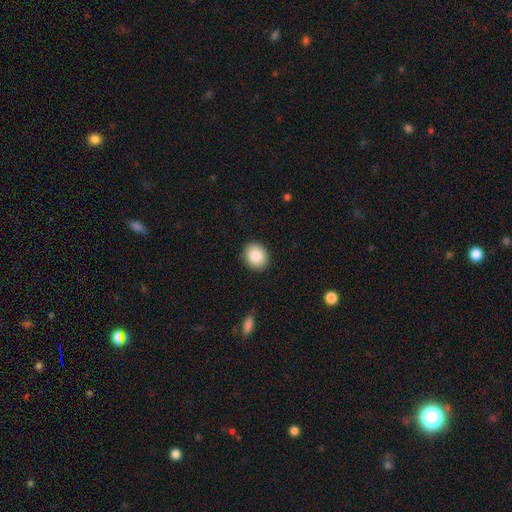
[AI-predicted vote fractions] Smooth or featured?
  - smooth: 86% *
  - star or artifact: 8%
  - featured or disk: 6%
How rounded?
  - round: 63% *
  - in between: 36%
  - cigar-shaped: 1%
Merging?
  - none: 90% *
  - minor disturbance: 7%
  - major disturbance: 2%
  - merger: 1%